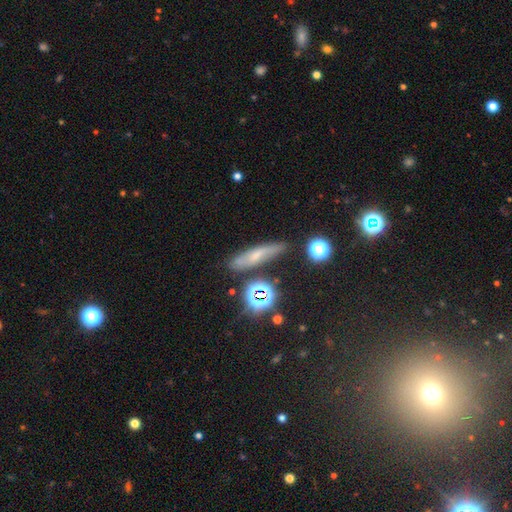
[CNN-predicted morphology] This is possibly a smooth galaxy (49%). Merging: likely none (75%).